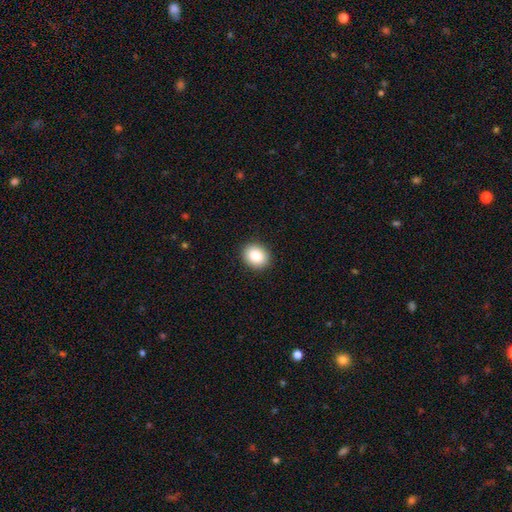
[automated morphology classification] smooth-or-featured: smooth: 85% | star or artifact: 9% | featured or disk: 6%
  how-rounded: round: 57% | in between: 42% | cigar-shaped: 1%
  merging: none: 91% | minor disturbance: 7% | major disturbance: 2% | merger: 1%